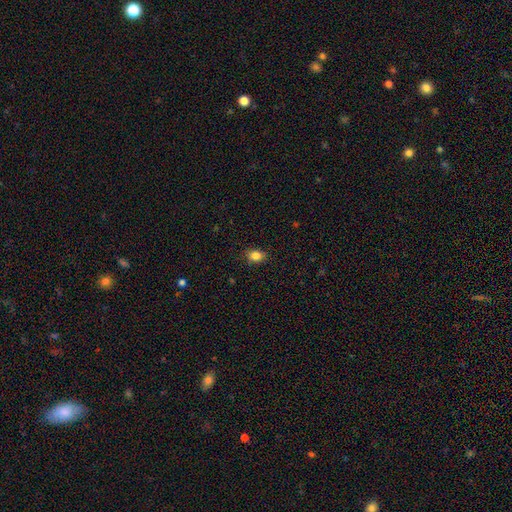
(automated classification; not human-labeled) This is clearly a smooth galaxy (84%). How rounded: likely in between (64%). Merging: clearly none (86%).